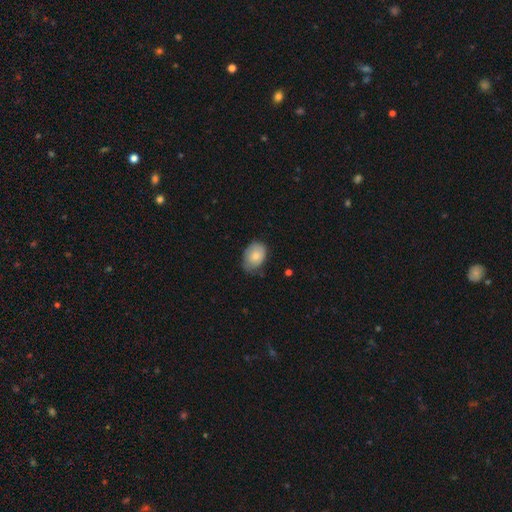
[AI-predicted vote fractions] Q: Smooth or featured?
A: smooth (79%); runner-up: featured or disk (14%)
Q: How rounded?
A: in between (76%); runner-up: round (23%)
Q: Merging?
A: none (62%); runner-up: minor disturbance (31%)